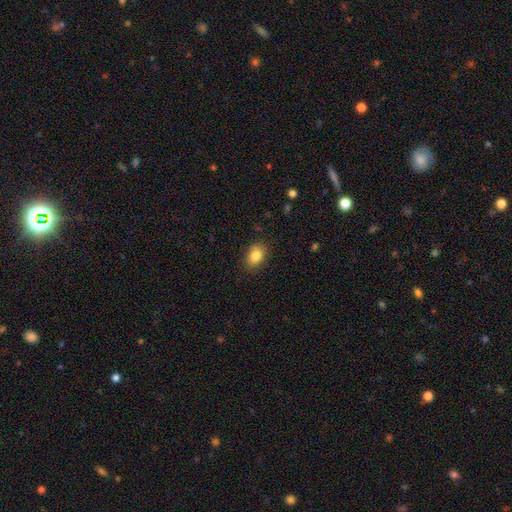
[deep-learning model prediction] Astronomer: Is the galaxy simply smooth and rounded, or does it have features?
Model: smooth — 84%.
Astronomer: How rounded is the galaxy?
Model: in between — 72%.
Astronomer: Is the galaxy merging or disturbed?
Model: none — 84%.